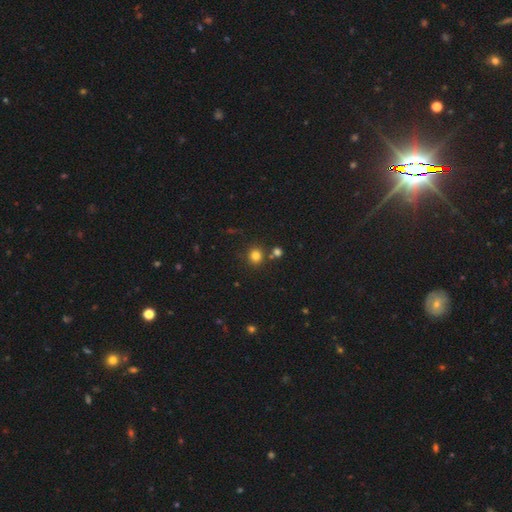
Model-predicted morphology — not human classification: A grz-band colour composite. It shows a smooth galaxy with no disk features (80%) that is round (88%). Merging: none (77%).